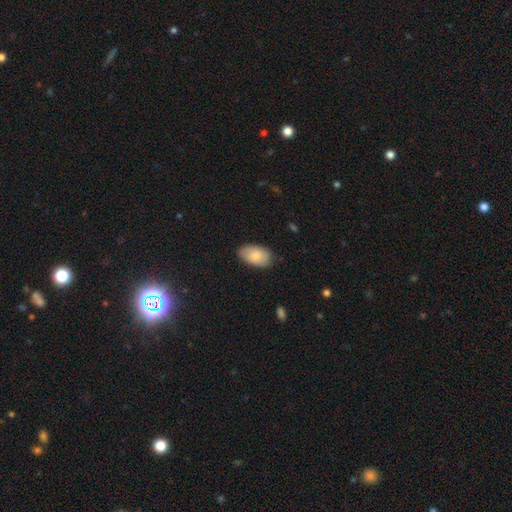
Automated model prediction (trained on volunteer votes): Smooth or featured? smooth (81%)
How rounded? in between (94%)
Merging? none (80%)